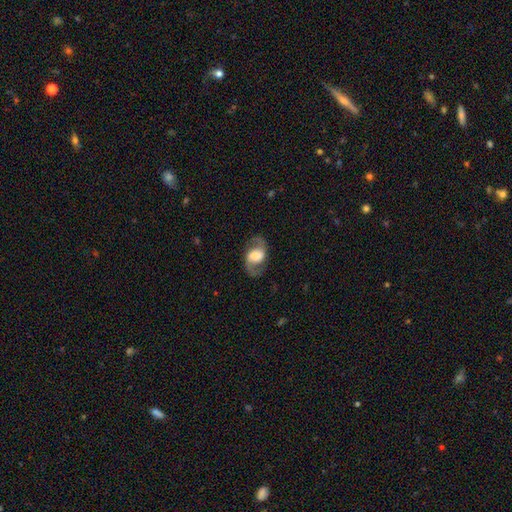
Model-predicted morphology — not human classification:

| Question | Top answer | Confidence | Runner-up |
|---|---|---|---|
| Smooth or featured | featured or disk | 76% | smooth (18%) |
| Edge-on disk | no | 96% | yes (4%) |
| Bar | no | 44% | weak (39%) |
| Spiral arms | yes | 90% | no (10%) |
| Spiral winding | medium | 48% | loose (40%) |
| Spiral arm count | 2 | 92% | can't tell (3%) |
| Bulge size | large | 45% | moderate (25%) |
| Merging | none | 80% | minor disturbance (12%) |